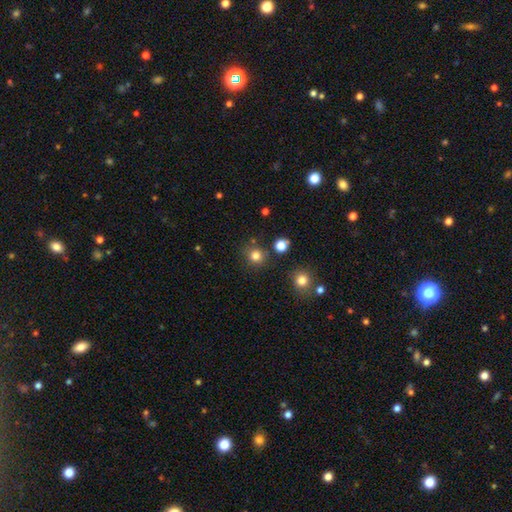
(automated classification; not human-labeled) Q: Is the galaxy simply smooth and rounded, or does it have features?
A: smooth — 80%.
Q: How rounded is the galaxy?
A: round — 90%.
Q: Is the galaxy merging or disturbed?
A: none — 82%.